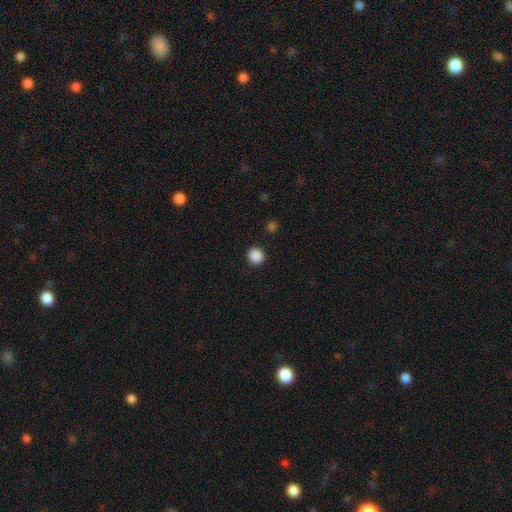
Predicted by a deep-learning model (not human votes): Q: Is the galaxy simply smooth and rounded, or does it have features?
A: smooth — 88%.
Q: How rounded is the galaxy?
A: round — 92%.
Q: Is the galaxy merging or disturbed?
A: none — 92%.